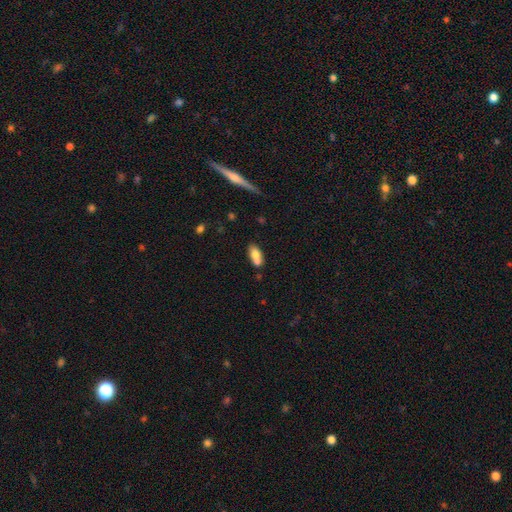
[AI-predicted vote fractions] The model was most divided on "merging": merger: 47%, none: 37%, minor disturbance: 11%, major disturbance: 4%. More confident: how rounded — in between (83%); smooth or featured — smooth (72%).